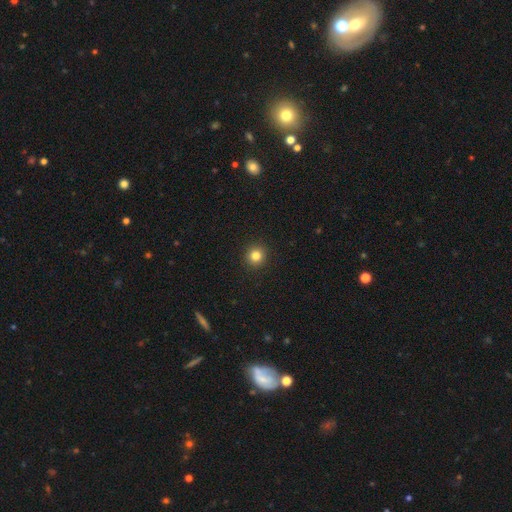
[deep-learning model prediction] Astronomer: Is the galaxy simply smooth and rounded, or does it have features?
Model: smooth — 82%.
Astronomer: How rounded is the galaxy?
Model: round — 94%.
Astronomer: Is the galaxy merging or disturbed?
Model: none — 93%.